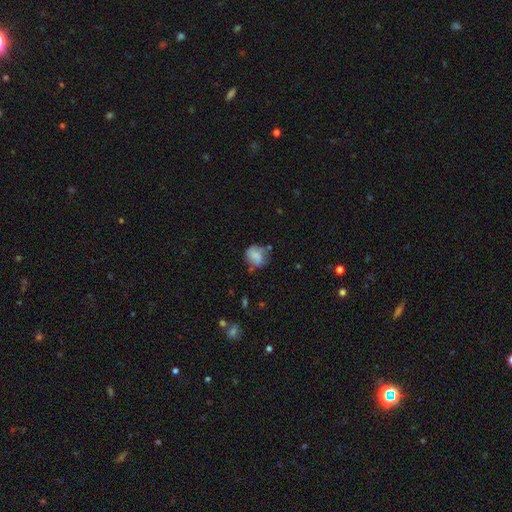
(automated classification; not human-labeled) smooth-or-featured: smooth: 68% | featured or disk: 23% | star or artifact: 10%
  how-rounded: round: 68% | in between: 30% | cigar-shaped: 1%
  merging: none: 54% | minor disturbance: 27% | major disturbance: 10% | merger: 8%